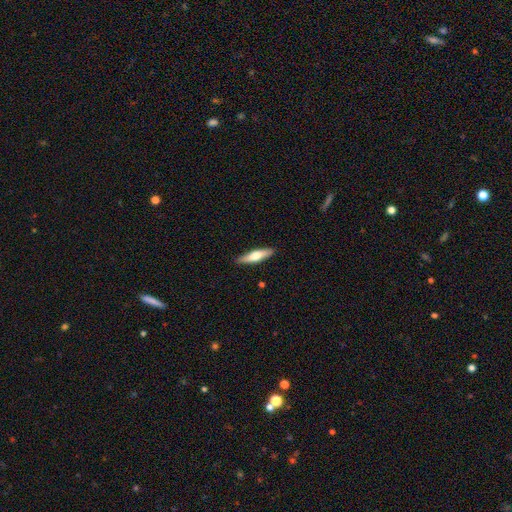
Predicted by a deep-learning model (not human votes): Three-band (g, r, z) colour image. It shows a smooth galaxy with no disk features (57%) that is cigar-shaped (72%). Merging: none (89%).